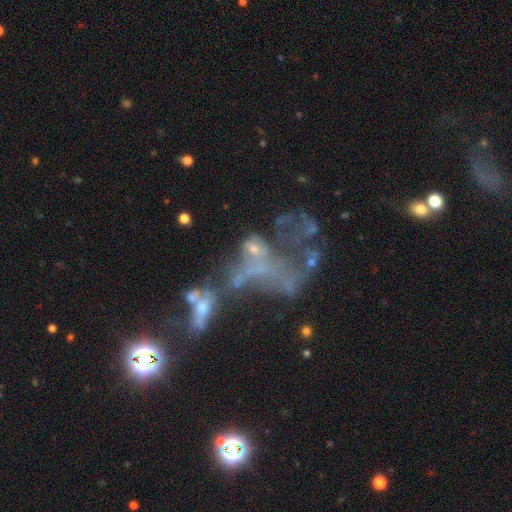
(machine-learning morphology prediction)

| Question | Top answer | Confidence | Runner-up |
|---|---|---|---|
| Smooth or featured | featured or disk | 51% | star or artifact (25%) |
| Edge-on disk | no | 95% | yes (5%) |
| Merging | merger | 51% | major disturbance (29%) |